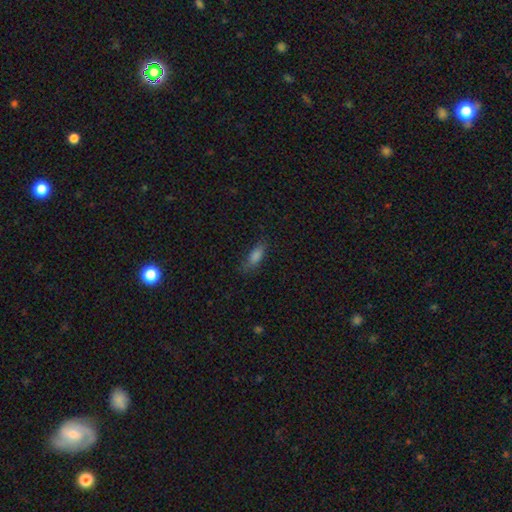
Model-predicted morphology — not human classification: smooth 77%, star or artifact 13%, featured or disk 10%. Down the decision tree: how rounded — in between (66%); merging — none (73%).